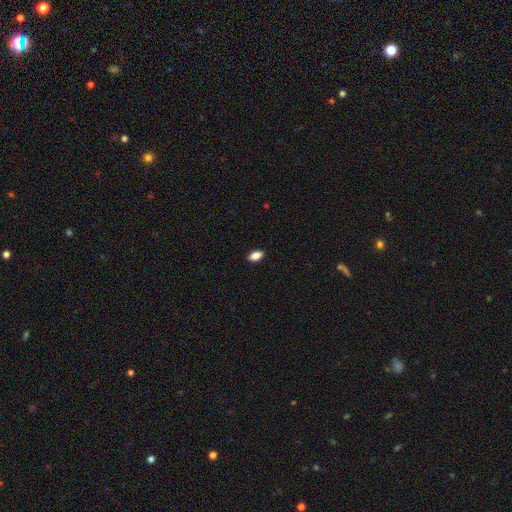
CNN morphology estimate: Smooth or featured? Predicted: smooth (p=0.86). How rounded? Predicted: in between (p=0.90). Merging? Predicted: none (p=0.89).